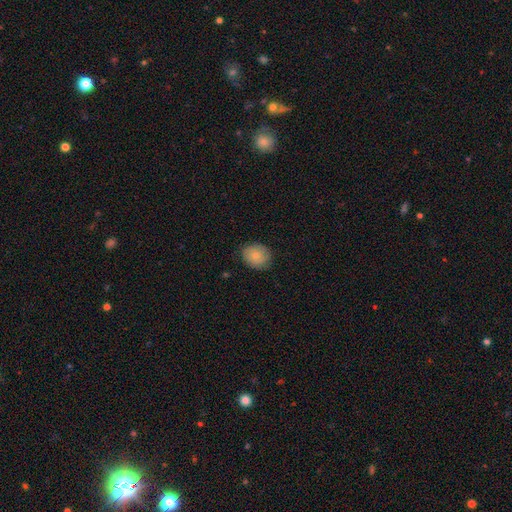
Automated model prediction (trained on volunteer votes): A smooth galaxy with no disk features (79%) that is round (64%). Merging: none (79%).